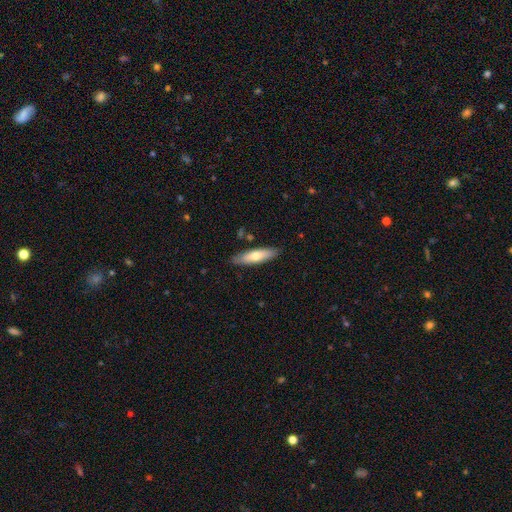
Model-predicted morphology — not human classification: type=smooth (65%); roundness=cigar-shaped (61%); merging=none (85%).